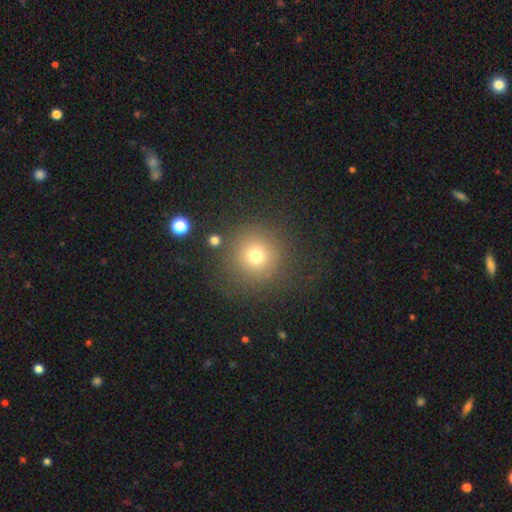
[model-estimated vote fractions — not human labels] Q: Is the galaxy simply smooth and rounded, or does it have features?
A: smooth — 72%.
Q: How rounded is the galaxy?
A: round — 94%.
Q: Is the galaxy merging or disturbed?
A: none — 82%.